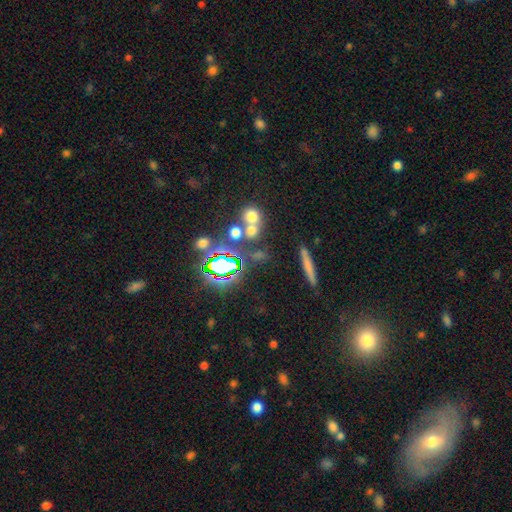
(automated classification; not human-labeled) star or artifact 45%, smooth 38%, featured or disk 18%.